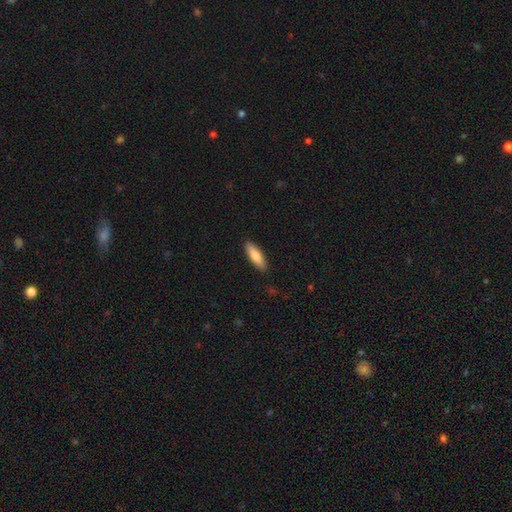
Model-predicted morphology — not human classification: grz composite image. It shows a smooth galaxy with no disk features (77%) that is cigar-shaped (53%). Merging: none (89%).